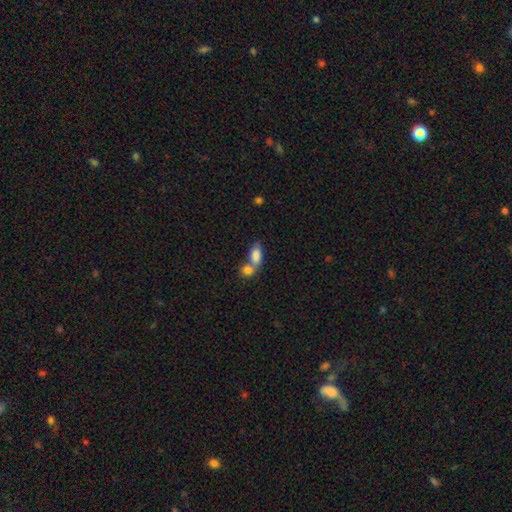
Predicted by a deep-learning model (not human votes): This appears to be a smooth galaxy with no disk features (81%) that is in between round and cigar-shaped (86%). Merging: merger (65%).